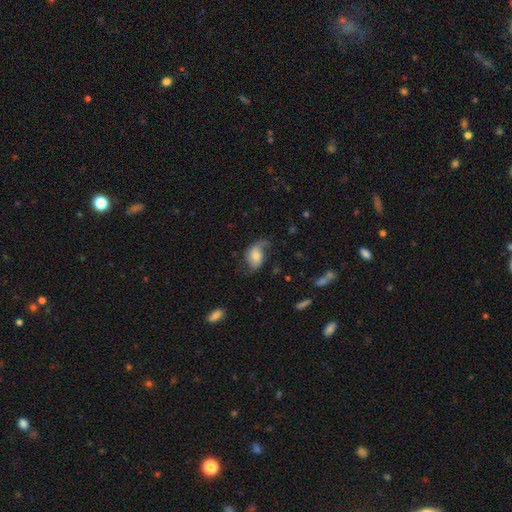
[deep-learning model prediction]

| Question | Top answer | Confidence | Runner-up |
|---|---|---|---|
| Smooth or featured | featured or disk | 51% | smooth (40%) |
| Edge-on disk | no | 96% | yes (4%) |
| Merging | none | 45% | minor disturbance (29%) |